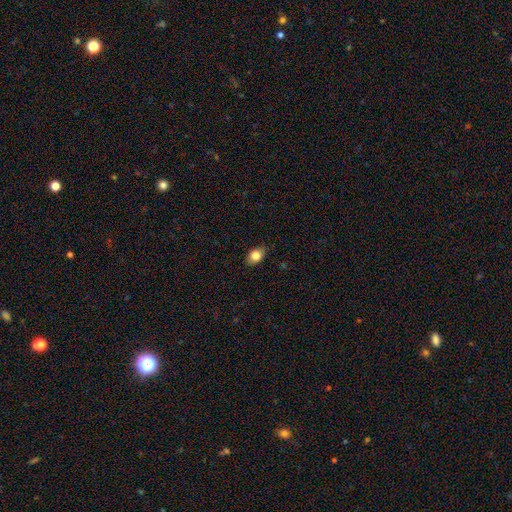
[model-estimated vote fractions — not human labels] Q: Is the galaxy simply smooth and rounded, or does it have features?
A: smooth — 82%.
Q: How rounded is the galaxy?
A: in between — 77%.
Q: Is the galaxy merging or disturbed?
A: none — 80%.